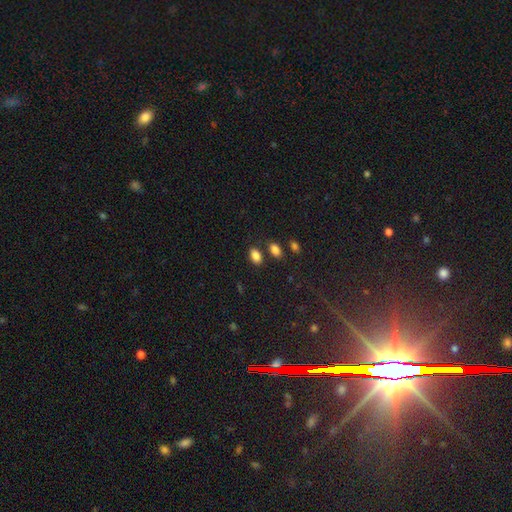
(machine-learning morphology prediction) Smooth or featured? smooth (85%)
How rounded? in between (89%)
Merging? none (75%)